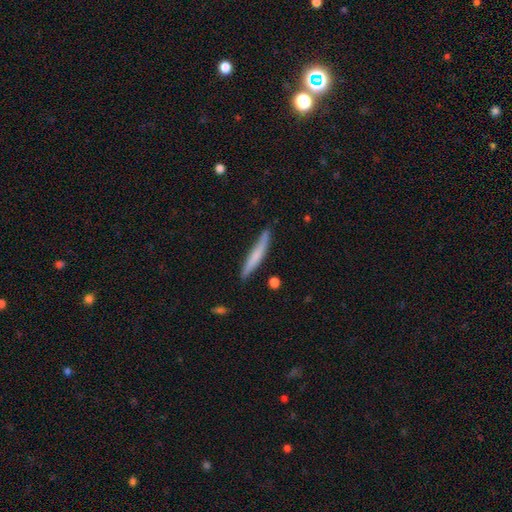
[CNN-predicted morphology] Smooth or featured: smooth — 62% (featured or disk — 32%)
How rounded: cigar-shaped — 94% (in between — 4%)
Merging: none — 80% (minor disturbance — 15%)